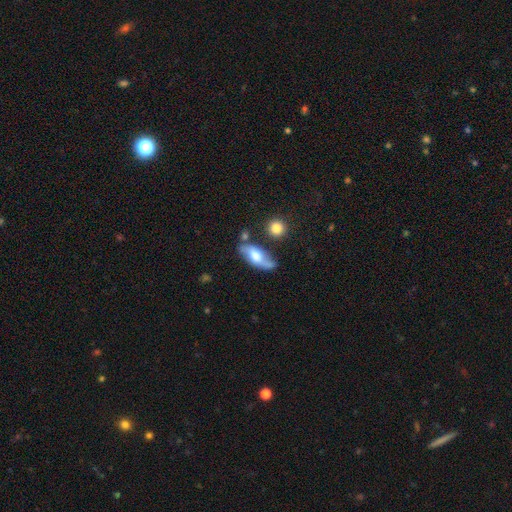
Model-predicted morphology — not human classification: type=featured or disk (53%); edge-on=no (75%); merging=none (61%).